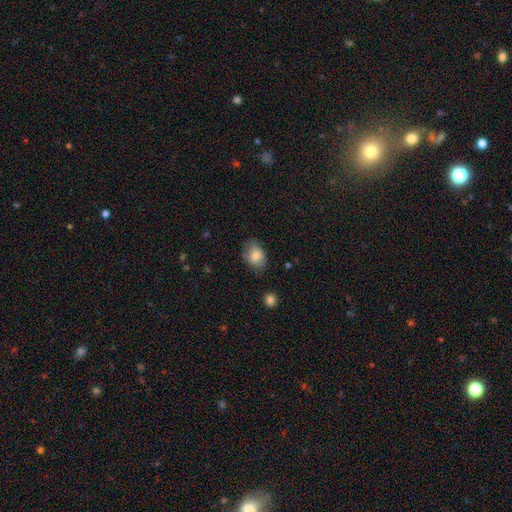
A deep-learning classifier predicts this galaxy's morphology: This appears to be a smooth galaxy with no disk features (79%) that is in between round and cigar-shaped (70%). Merging: none (68%).